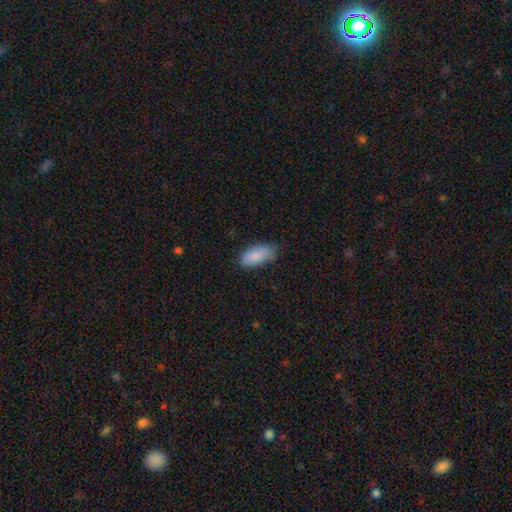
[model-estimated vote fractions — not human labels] Q: Smooth or featured?
A: smooth (86%); runner-up: featured or disk (8%)
Q: How rounded?
A: in between (86%); runner-up: cigar-shaped (12%)
Q: Merging?
A: none (71%); runner-up: minor disturbance (24%)